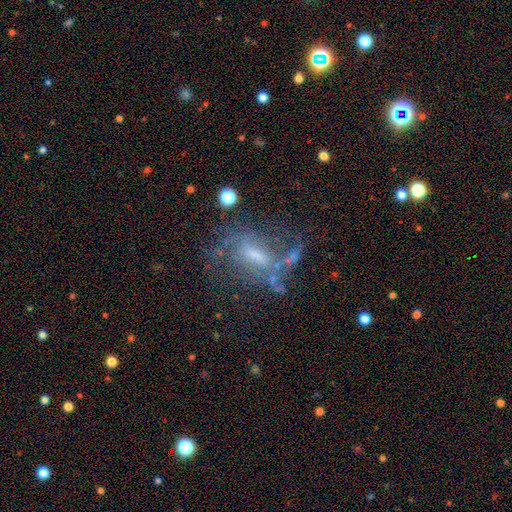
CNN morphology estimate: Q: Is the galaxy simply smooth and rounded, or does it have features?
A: featured or disk — 66%.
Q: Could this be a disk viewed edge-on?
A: no — 89%.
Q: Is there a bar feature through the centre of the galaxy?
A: weak — 45%.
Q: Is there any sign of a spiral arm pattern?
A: yes — 65%.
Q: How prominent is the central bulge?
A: small — 40%, tied with moderate.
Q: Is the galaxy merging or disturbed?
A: none — 48%.